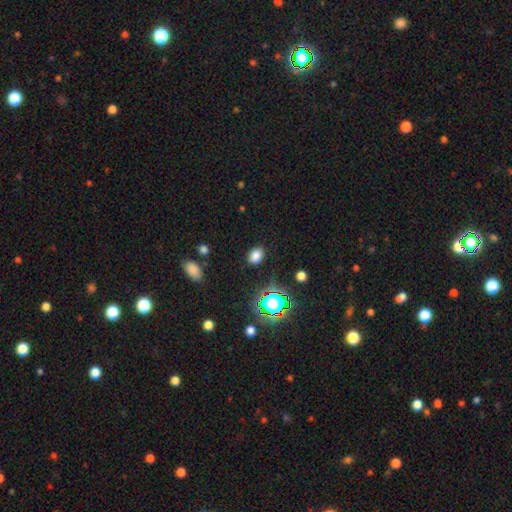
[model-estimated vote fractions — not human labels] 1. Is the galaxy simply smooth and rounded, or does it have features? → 77% smooth, 17% star or artifact, 6% featured or disk.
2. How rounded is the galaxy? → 68% in between, 31% round, 1% cigar-shaped.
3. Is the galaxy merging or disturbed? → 85% none, 10% minor disturbance, 3% major disturbance, 2% merger.